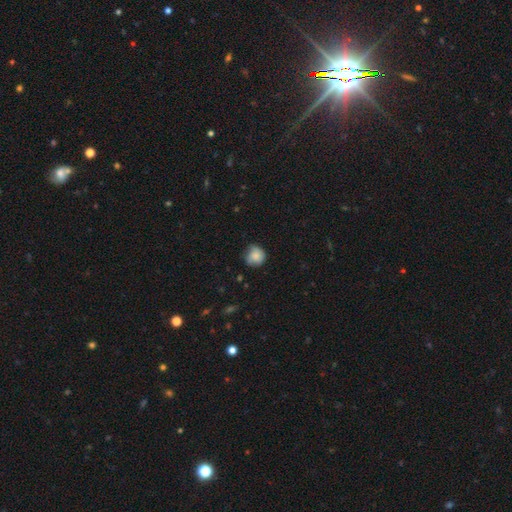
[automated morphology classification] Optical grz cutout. It shows a smooth galaxy with no disk features (79%) that is round (86%). Merging: none (62%).